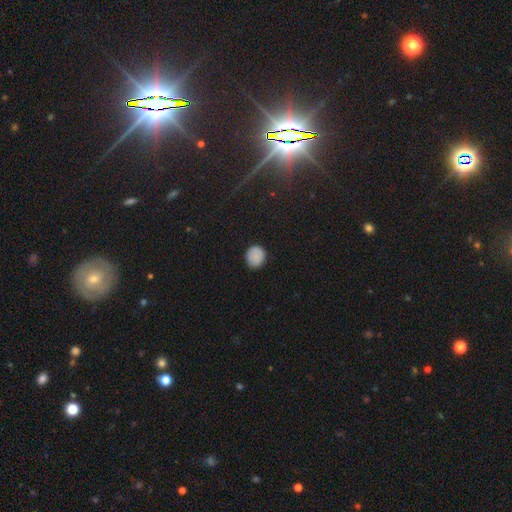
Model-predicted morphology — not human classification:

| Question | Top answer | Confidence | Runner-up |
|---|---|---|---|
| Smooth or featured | smooth | 84% | star or artifact (11%) |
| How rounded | round | 75% | in between (24%) |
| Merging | none | 84% | minor disturbance (12%) |